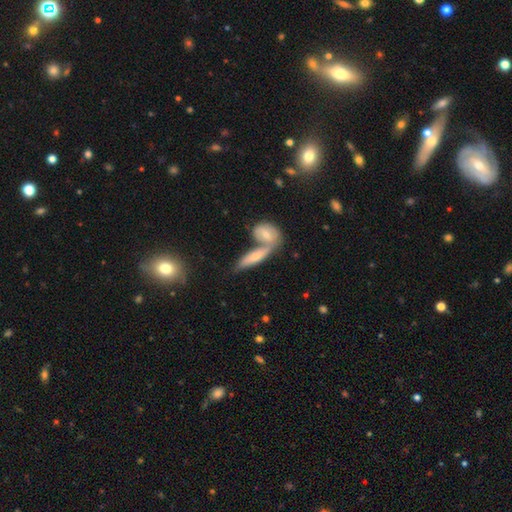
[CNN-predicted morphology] Smooth or featured? smooth (48%)
Merging? none (44%)